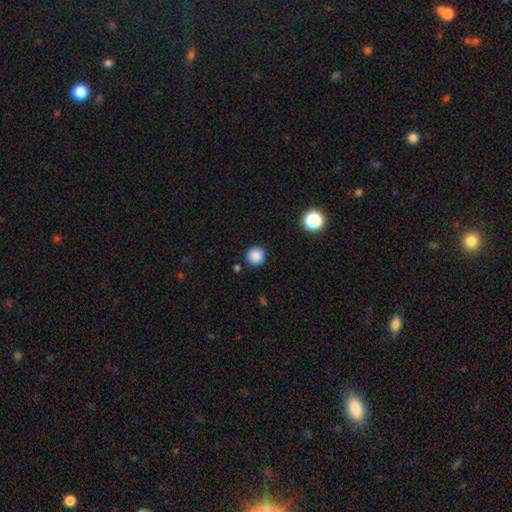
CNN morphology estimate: smooth_or_featured: smooth (p=0.86) [alt: star or artifact p=0.10]
how_rounded: round (p=0.96) [alt: in between p=0.03]
merging: none (p=0.90) [alt: minor disturbance p=0.06]